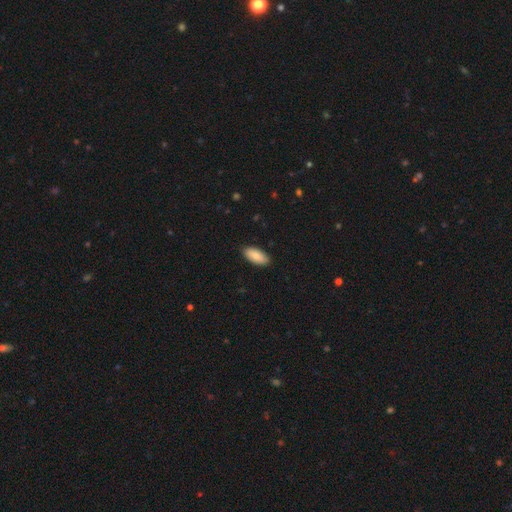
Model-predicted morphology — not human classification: Smooth or featured: smooth — 87% (featured or disk — 7%)
How rounded: in between — 90% (cigar-shaped — 9%)
Merging: none — 89% (minor disturbance — 8%)